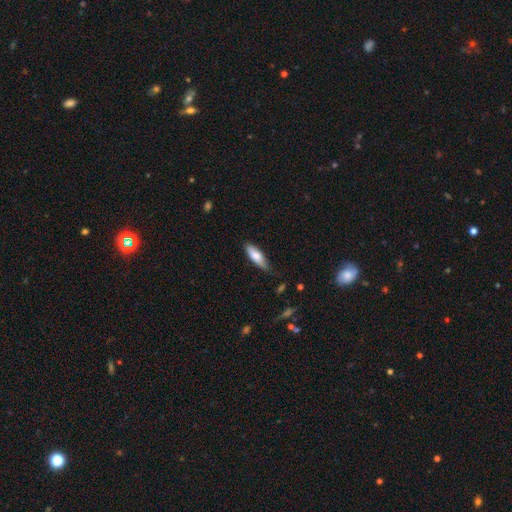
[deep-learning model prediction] The model was most divided on "how rounded": in between: 50%, cigar-shaped: 48%, round: 2%. More confident: smooth or featured — smooth (77%); merging — none (71%).